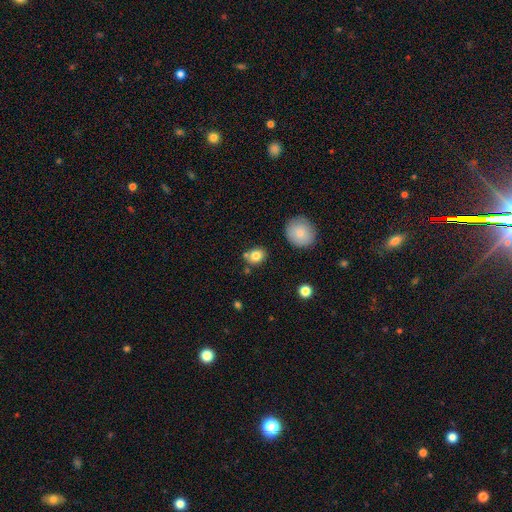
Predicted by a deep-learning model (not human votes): Morphology: type=smooth (81%); roundness=round (56%); merging=none (72%).